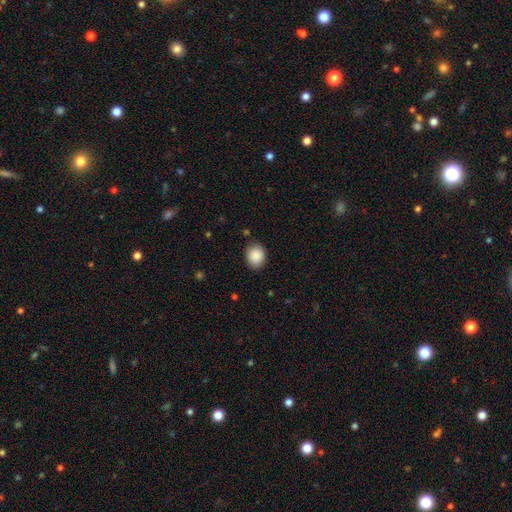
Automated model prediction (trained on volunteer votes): Q: Smooth or featured?
A: smooth (89%); runner-up: star or artifact (8%)
Q: How rounded?
A: round (54%); runner-up: in between (45%)
Q: Merging?
A: none (84%); runner-up: minor disturbance (12%)